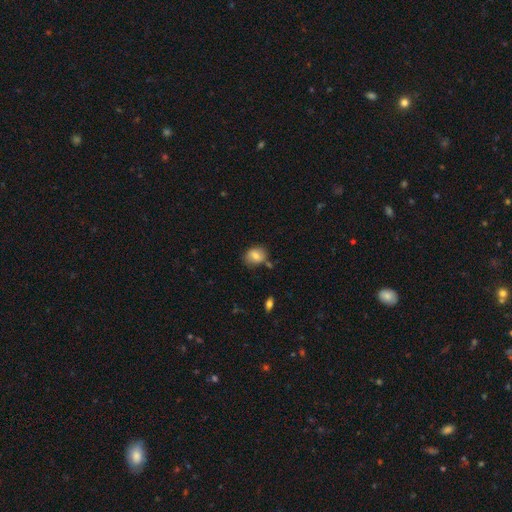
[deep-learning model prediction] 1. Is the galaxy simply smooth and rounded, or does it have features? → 75% smooth, 16% featured or disk, 9% star or artifact.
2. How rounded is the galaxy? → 55% round, 44% in between, 1% cigar-shaped.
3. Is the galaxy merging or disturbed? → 71% none, 19% minor disturbance, 6% merger, 4% major disturbance.